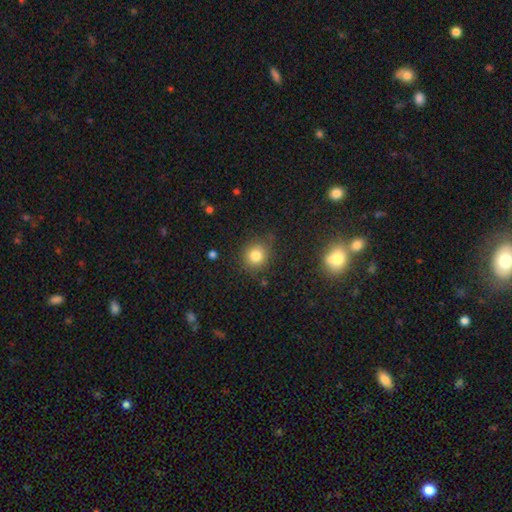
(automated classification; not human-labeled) Morphology: type=smooth (80%); roundness=round (87%); merging=none (83%).